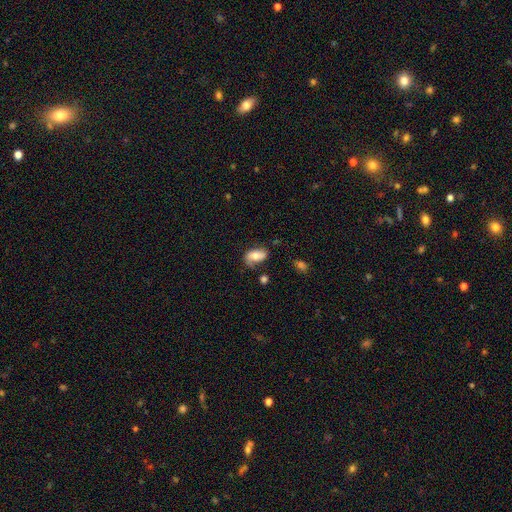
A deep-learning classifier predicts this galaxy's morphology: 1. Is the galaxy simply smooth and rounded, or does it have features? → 53% smooth, 39% featured or disk, 8% star or artifact.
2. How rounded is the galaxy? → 90% in between, 8% round, 2% cigar-shaped.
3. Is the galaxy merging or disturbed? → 51% none, 29% minor disturbance, 16% major disturbance, 5% merger.